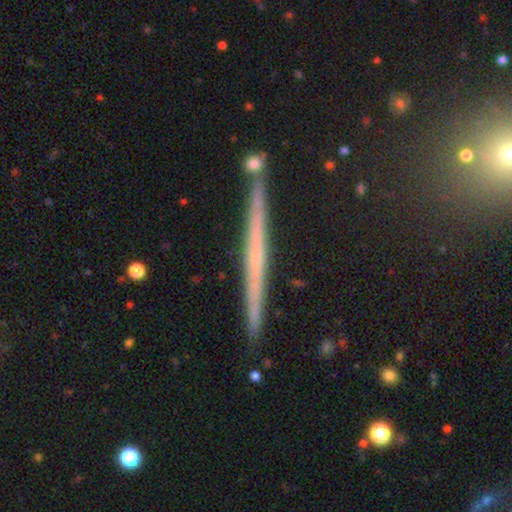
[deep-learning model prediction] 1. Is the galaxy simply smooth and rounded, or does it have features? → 64% featured or disk, 27% smooth, 9% star or artifact.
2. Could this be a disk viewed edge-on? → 98% yes, 2% no.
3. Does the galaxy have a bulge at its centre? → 82% none, 13% rounded, 5% boxy.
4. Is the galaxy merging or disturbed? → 90% none, 7% minor disturbance, 2% merger, 1% major disturbance.